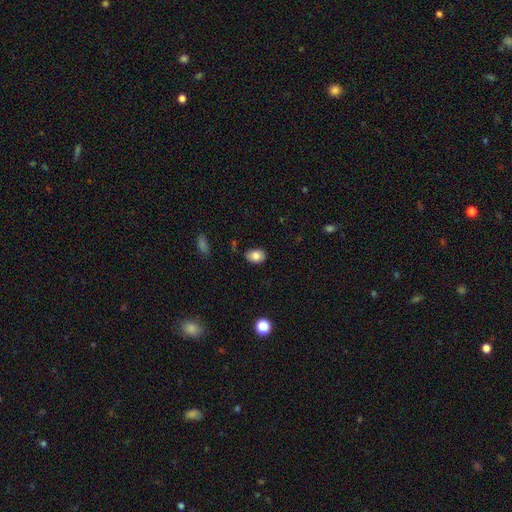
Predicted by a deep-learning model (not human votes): smooth_or_featured: smooth (p=0.81) [alt: featured or disk p=0.10]
how_rounded: in between (p=0.78) [alt: round p=0.20]
merging: none (p=0.78) [alt: minor disturbance p=0.17]